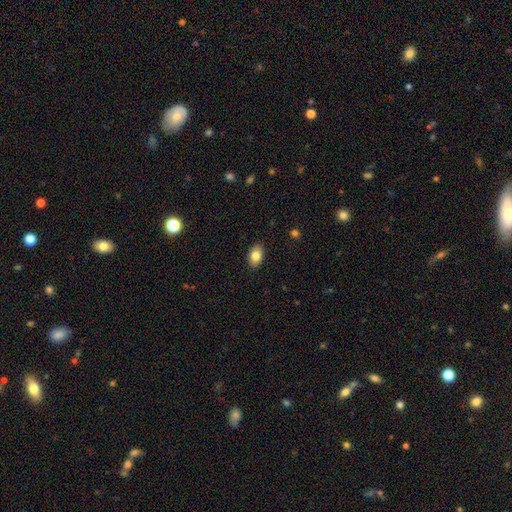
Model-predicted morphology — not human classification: A smooth galaxy with no disk features (82%) that is in between round and cigar-shaped (89%).

Vote fractions:
- Smooth or featured? smooth: 82% / featured or disk: 10% / star or artifact: 8%
- How rounded? in between: 89% / round: 9% / cigar-shaped: 1%
- Merging? none: 88% / minor disturbance: 9% / major disturbance: 2% / merger: 1%